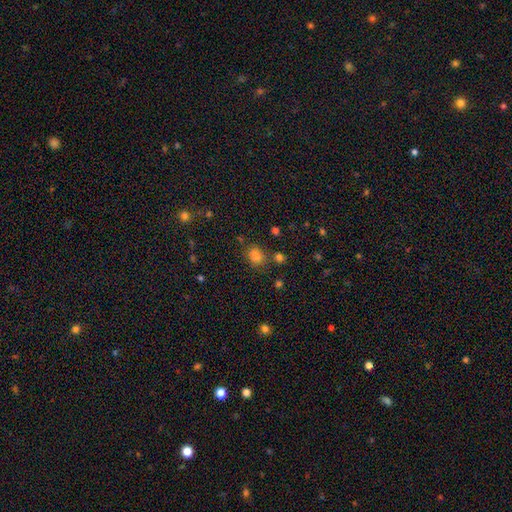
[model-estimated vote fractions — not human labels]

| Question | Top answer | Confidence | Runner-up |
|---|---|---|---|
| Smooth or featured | smooth | 71% | star or artifact (23%) |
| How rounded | round | 55% | in between (44%) |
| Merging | none | 77% | minor disturbance (12%) |